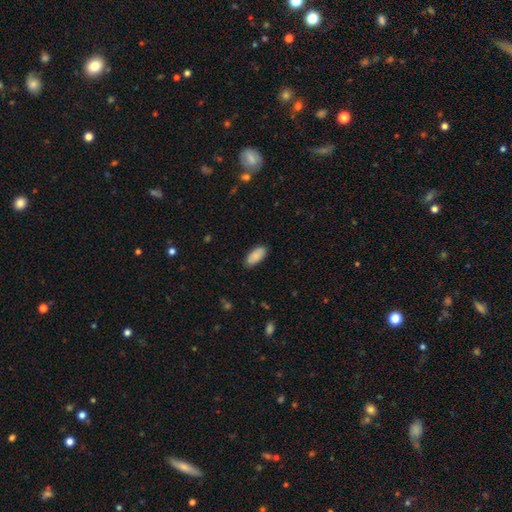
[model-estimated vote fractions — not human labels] The model was most divided on "merging": none: 87%, minor disturbance: 10%, major disturbance: 2%, merger: 1%. More confident: smooth or featured — smooth (90%); how rounded — in between (89%).